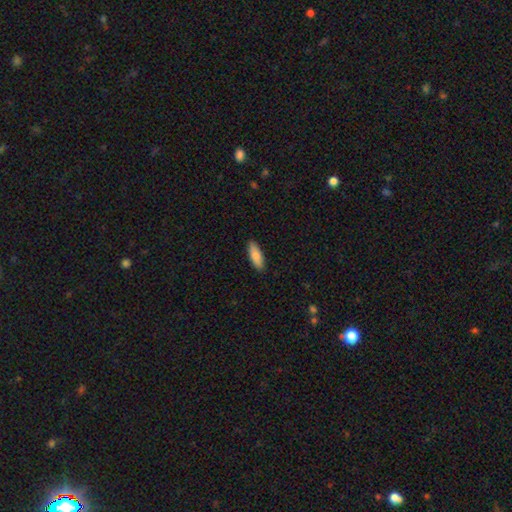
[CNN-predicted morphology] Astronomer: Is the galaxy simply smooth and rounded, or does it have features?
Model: smooth — 85%.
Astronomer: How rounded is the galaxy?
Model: in between — 61% (runner-up: cigar-shaped, 38%).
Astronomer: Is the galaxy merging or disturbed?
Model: none — 89%.